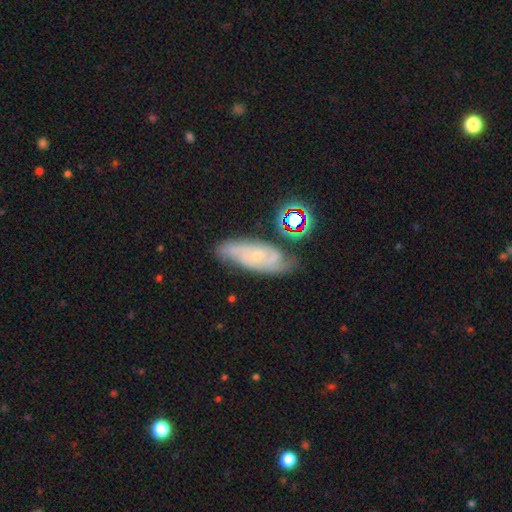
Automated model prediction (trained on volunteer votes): Q: Smooth or featured?
A: featured or disk (74%); runner-up: smooth (15%)
Q: Edge-on disk?
A: no (90%); runner-up: yes (10%)
Q: Bar?
A: no (65%); runner-up: weak (29%)
Q: Spiral arms?
A: yes (94%); runner-up: no (6%)
Q: Spiral winding?
A: tight (53%); runner-up: medium (37%)
Q: Spiral arm count?
A: 2 (41%); runner-up: can't tell (29%)
Q: Bulge size?
A: small (77%); runner-up: moderate (17%)
Q: Merging?
A: none (65%); runner-up: minor disturbance (21%)